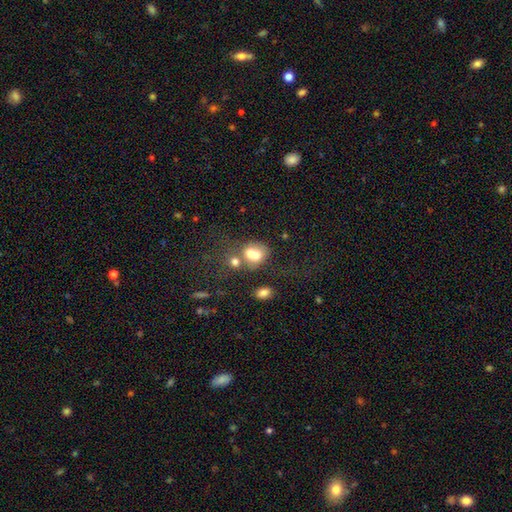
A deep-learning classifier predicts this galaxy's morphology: Overall: smooth (72%). How rounded: in between (62%; round 36%). Merging: merger (41%; none 31%).